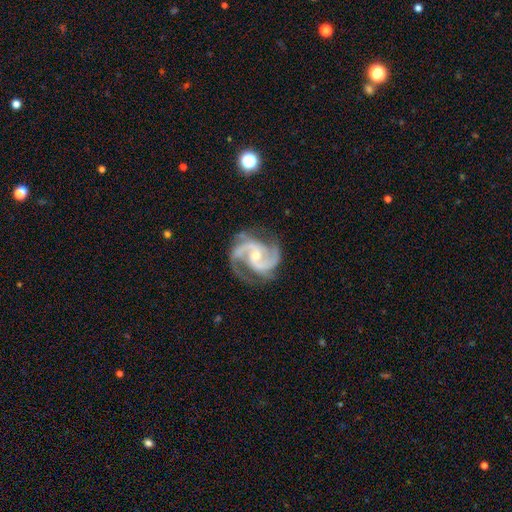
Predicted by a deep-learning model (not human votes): This is clearly a featured or disk galaxy (93%). It is clearly not viewed edge-on (98%). Bar: possibly no (46%). Spiral arm pattern: clearly yes (99%). Spiral arm count: likely 2 (78%). Spiral winding: likely medium (62%). Central bulge: possibly small (52%). Merging: likely none (73%).